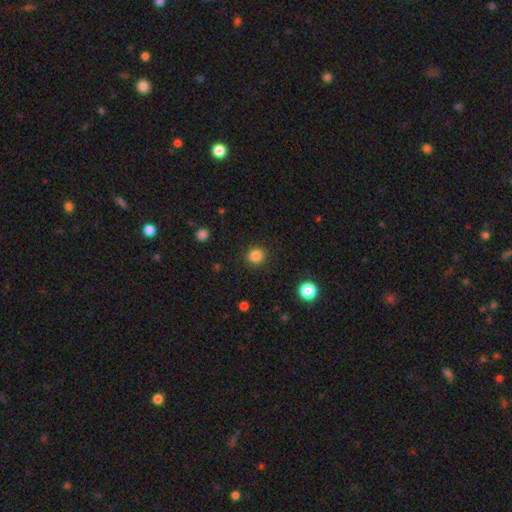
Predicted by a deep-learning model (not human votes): Smooth or featured?
  - smooth: 84% *
  - star or artifact: 12%
  - featured or disk: 4%
How rounded?
  - round: 89% *
  - in between: 10%
  - cigar-shaped: 1%
Merging?
  - none: 90% *
  - minor disturbance: 6%
  - major disturbance: 2%
  - merger: 1%